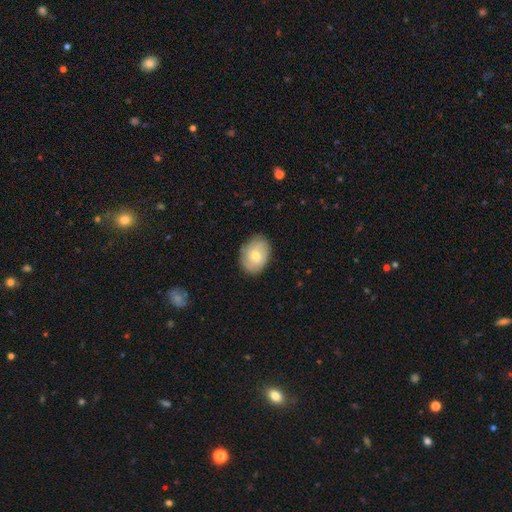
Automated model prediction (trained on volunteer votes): This is possibly a smooth galaxy (54%). How rounded: likely in between (72%). Merging: clearly none (81%).